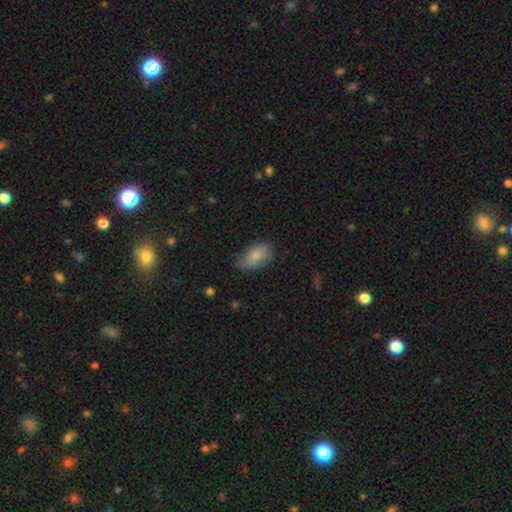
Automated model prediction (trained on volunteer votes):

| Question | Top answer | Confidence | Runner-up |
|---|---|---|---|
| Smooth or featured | smooth | 76% | featured or disk (17%) |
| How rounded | in between | 91% | round (6%) |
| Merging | none | 58% | minor disturbance (32%) |